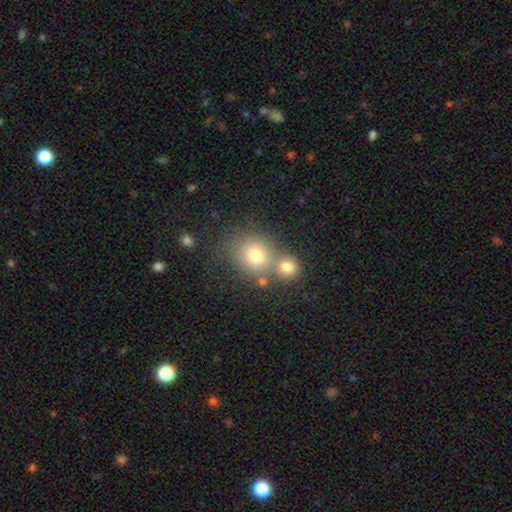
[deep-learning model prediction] Smooth or featured? smooth (73%)
How rounded? round (76%)
Merging? none (50%)